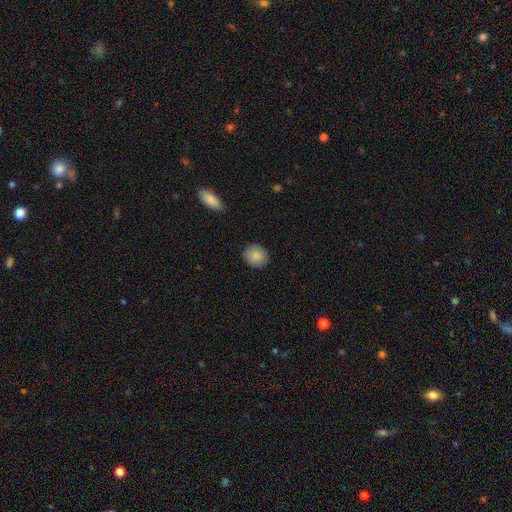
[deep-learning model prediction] A smooth galaxy with no disk features (87%) that is round (85%).

Vote fractions:
- Smooth or featured? smooth: 87% / star or artifact: 7% / featured or disk: 6%
- How rounded? round: 85% / in between: 14% / cigar-shaped: 1%
- Merging? none: 89% / minor disturbance: 8% / major disturbance: 2% / merger: 1%